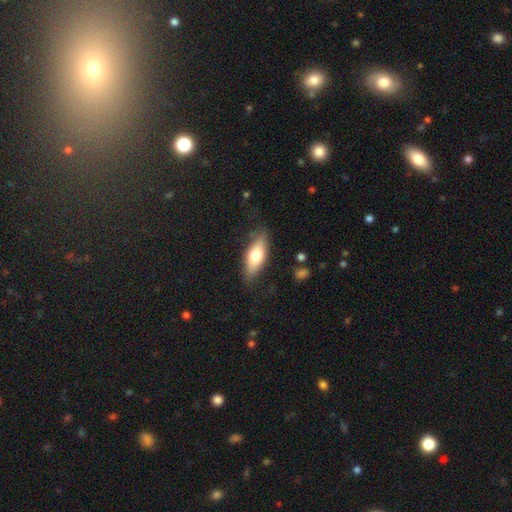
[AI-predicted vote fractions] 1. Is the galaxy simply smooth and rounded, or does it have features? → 66% smooth, 28% featured or disk, 6% star or artifact.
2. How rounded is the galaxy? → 68% in between, 29% cigar-shaped, 3% round.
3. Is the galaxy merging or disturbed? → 80% none, 15% minor disturbance, 4% major disturbance, 2% merger.